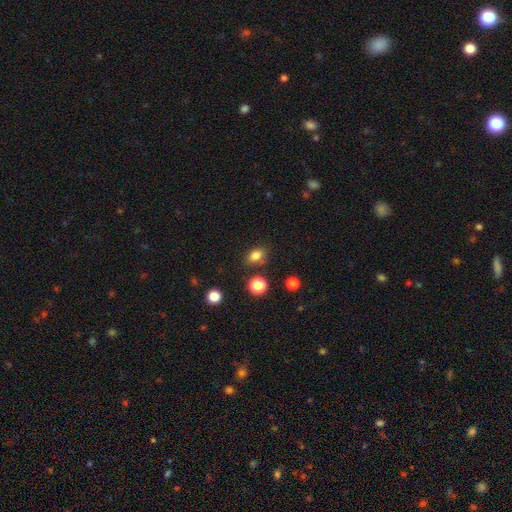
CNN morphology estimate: The model was most divided on "how rounded": in between: 75%, round: 23%, cigar-shaped: 2%. More confident: smooth or featured — smooth (81%); merging — none (78%).